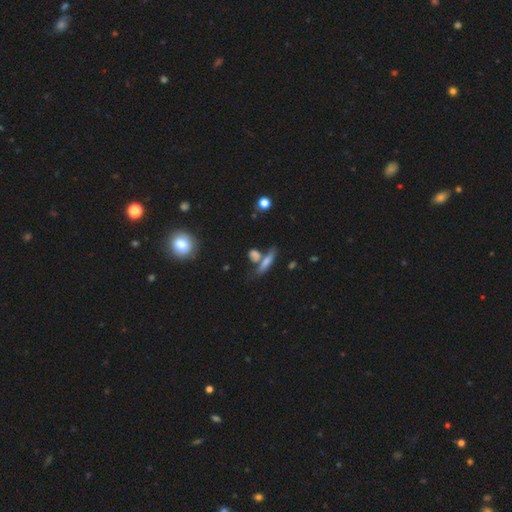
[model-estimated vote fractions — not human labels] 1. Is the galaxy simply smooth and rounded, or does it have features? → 58% smooth, 28% featured or disk, 14% star or artifact.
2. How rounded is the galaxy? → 51% cigar-shaped, 28% in between, 20% round.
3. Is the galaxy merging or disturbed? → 58% none, 24% merger, 12% minor disturbance, 6% major disturbance.